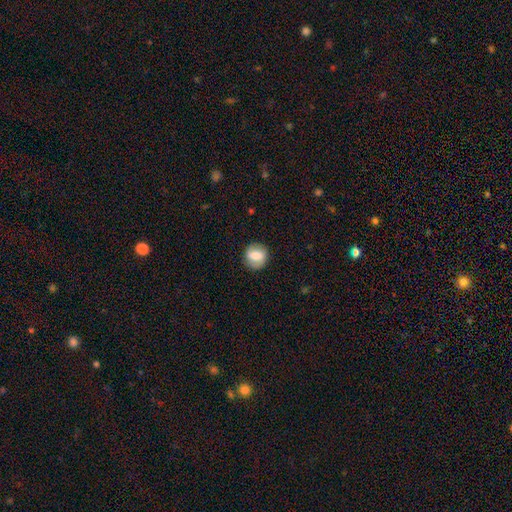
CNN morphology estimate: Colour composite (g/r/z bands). It shows a smooth galaxy with no disk features (66%) that is round (81%). Merging: none (85%).